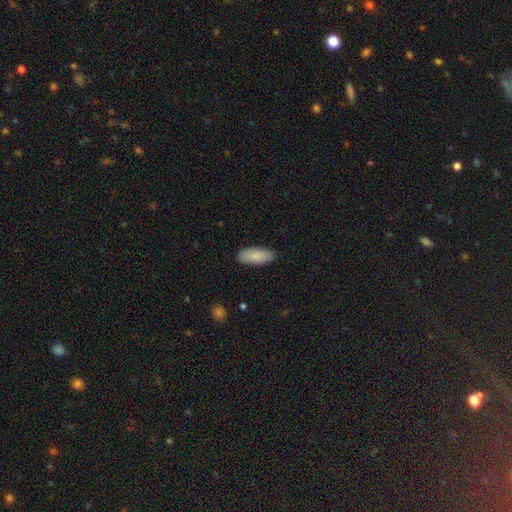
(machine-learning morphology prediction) smooth_or_featured: smooth (p=0.85) [alt: featured or disk p=0.10]
how_rounded: in between (p=0.82) [alt: cigar-shaped p=0.16]
merging: none (p=0.88) [alt: minor disturbance p=0.09]